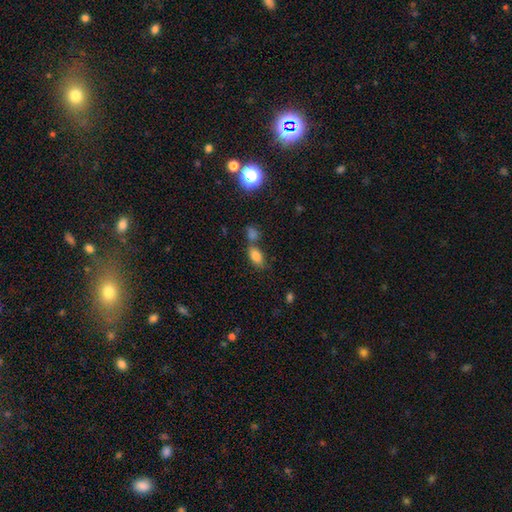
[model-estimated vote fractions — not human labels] This is clearly a smooth galaxy (80%). How rounded: clearly in between (88%). Merging: possibly none (51%).